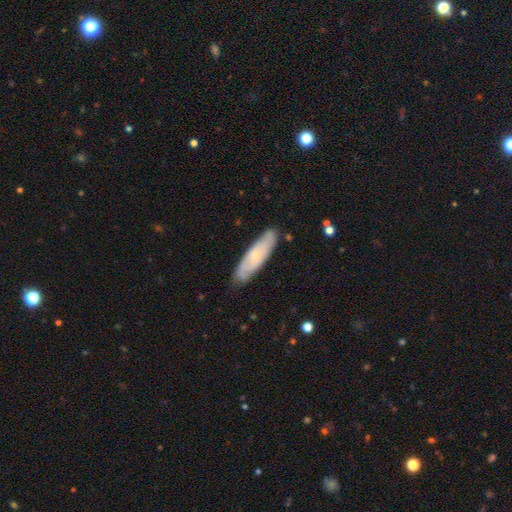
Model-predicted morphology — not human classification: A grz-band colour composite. It shows a featured or disk galaxy (57%). Merging: none (79%).